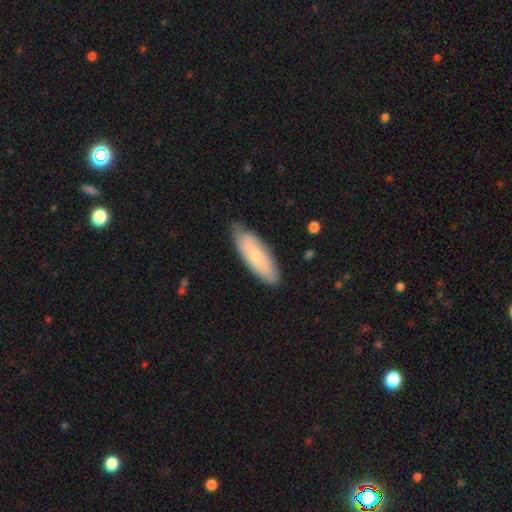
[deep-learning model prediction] smooth 61%, featured or disk 33%, star or artifact 6%. Down the decision tree: how rounded — in between (62%); merging — none (75%).